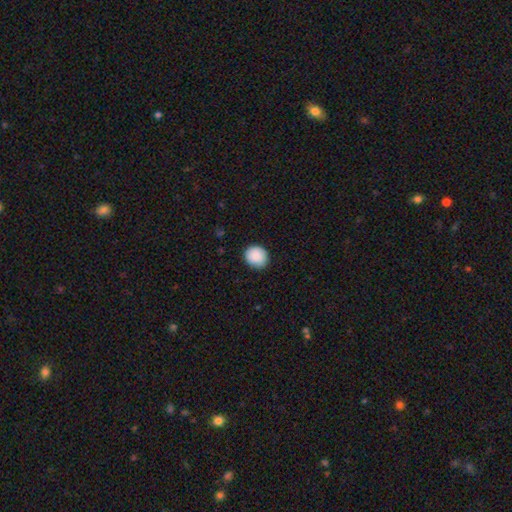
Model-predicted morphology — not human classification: The model was most divided on "how rounded": round: 83%, in between: 16%, cigar-shaped: 1%. More confident: smooth or featured — smooth (89%); merging — none (87%).